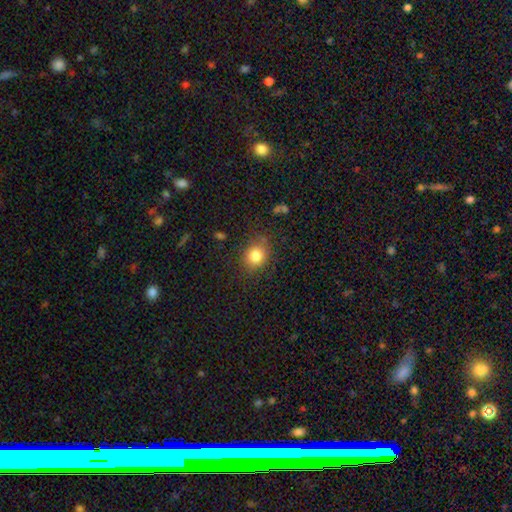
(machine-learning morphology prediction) Overall: smooth (82%). How rounded: round (71%). Merging: none (79%).